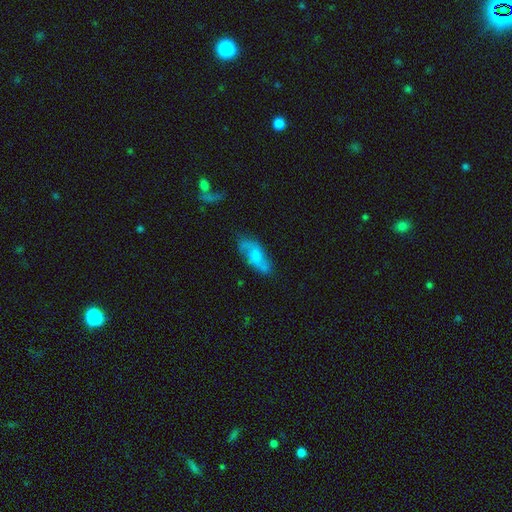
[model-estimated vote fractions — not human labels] smooth-or-featured: featured or disk: 52% | smooth: 40% | star or artifact: 8%
  disk-edge-on: no: 84% | yes: 16%
  merging: none: 68% | minor disturbance: 21% | major disturbance: 8% | merger: 3%